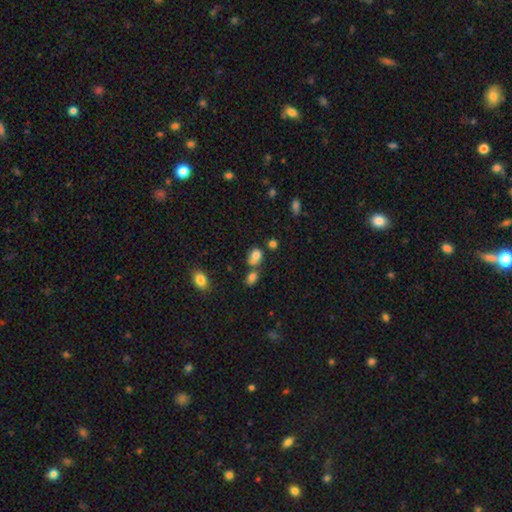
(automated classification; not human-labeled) This is likely a smooth galaxy (77%). How rounded: possibly round (53%). Merging: possibly merger (46%).